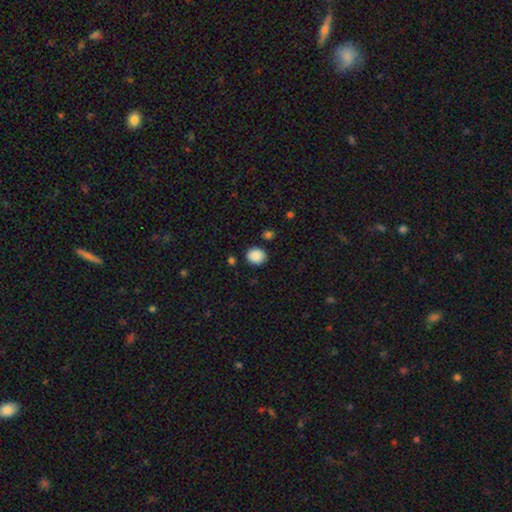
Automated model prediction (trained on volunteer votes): Q: Smooth or featured?
A: smooth (88%); runner-up: star or artifact (9%)
Q: How rounded?
A: round (65%); runner-up: in between (34%)
Q: Merging?
A: none (82%); runner-up: minor disturbance (12%)